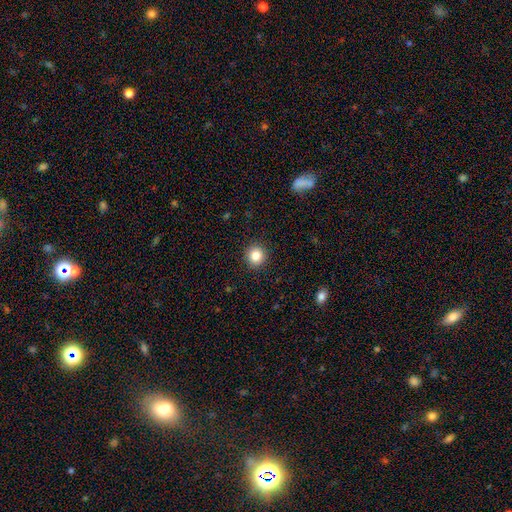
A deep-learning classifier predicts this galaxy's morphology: smooth 85%, star or artifact 11%, featured or disk 5%. Down the decision tree: how rounded — round (92%); merging — none (92%).